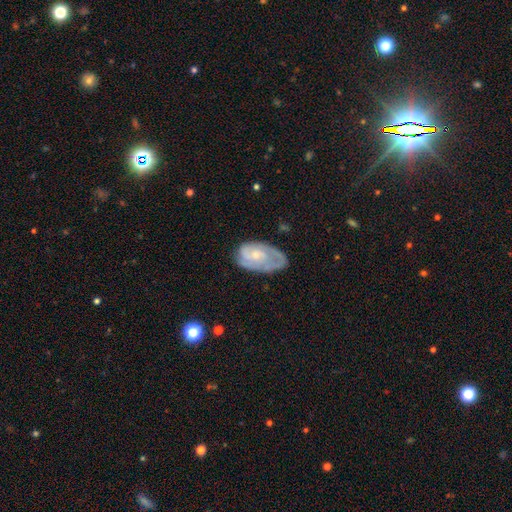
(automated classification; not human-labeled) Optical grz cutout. It shows a featured or disk galaxy (64%) with no bar (72%), spiral arms (79%) and a small central bulge (57%). Merging: none (56%).